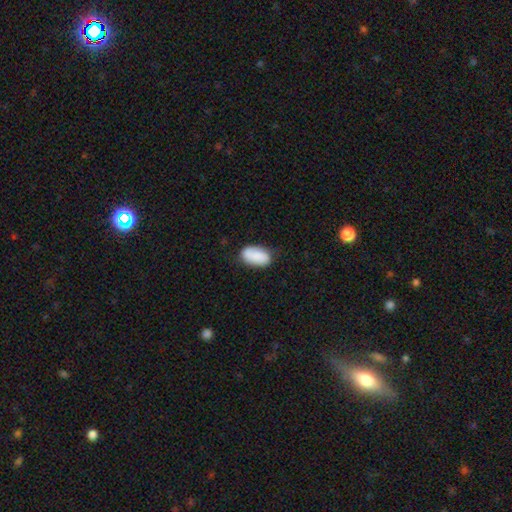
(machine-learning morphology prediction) Smooth or featured: smooth — 82% (featured or disk — 11%)
How rounded: in between — 94% (round — 4%)
Merging: none — 76% (minor disturbance — 18%)